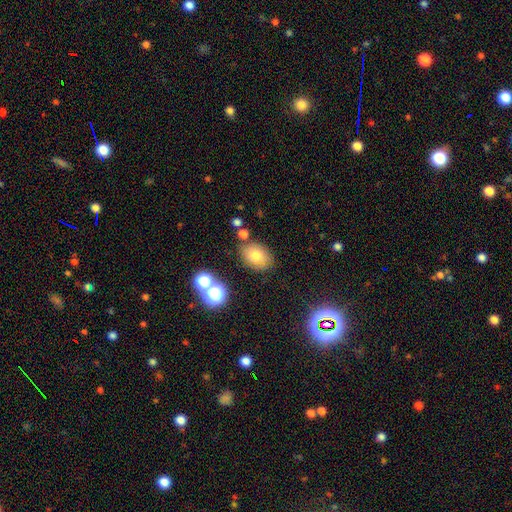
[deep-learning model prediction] Smooth or featured?
  - smooth: 68% *
  - featured or disk: 19%
  - star or artifact: 13%
How rounded?
  - in between: 74% *
  - round: 25%
  - cigar-shaped: 1%
Merging?
  - none: 72% *
  - minor disturbance: 17%
  - merger: 6%
  - major disturbance: 5%